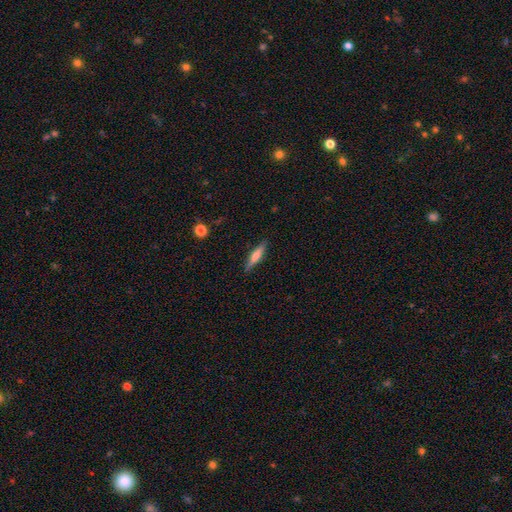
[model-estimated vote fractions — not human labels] Overall: smooth (58%; featured or disk 36%). How rounded: cigar-shaped (82%). Merging: none (88%).